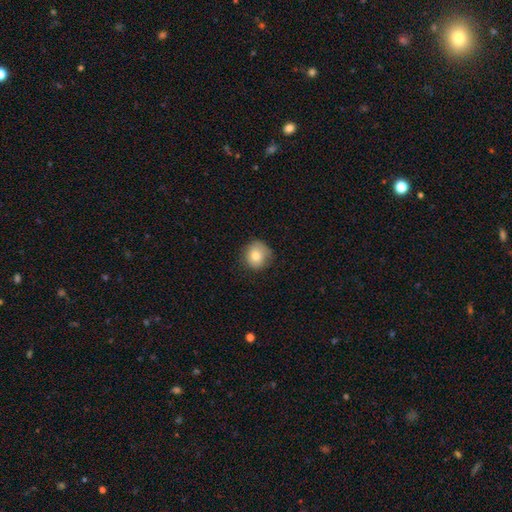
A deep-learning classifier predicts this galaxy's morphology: A smooth galaxy with no disk features (78%) that is round (88%).

Vote fractions:
- Smooth or featured? smooth: 78% / featured or disk: 12% / star or artifact: 9%
- How rounded? round: 88% / in between: 11% / cigar-shaped: 1%
- Merging? none: 76% / minor disturbance: 19% / major disturbance: 4% / merger: 1%